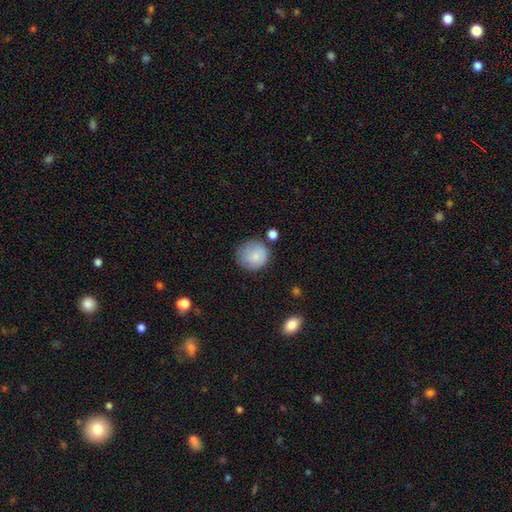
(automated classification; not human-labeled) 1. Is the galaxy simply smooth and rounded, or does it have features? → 83% smooth, 10% featured or disk, 7% star or artifact.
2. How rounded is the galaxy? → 90% round, 9% in between, 1% cigar-shaped.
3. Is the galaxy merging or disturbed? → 71% none, 18% minor disturbance, 5% merger, 5% major disturbance.